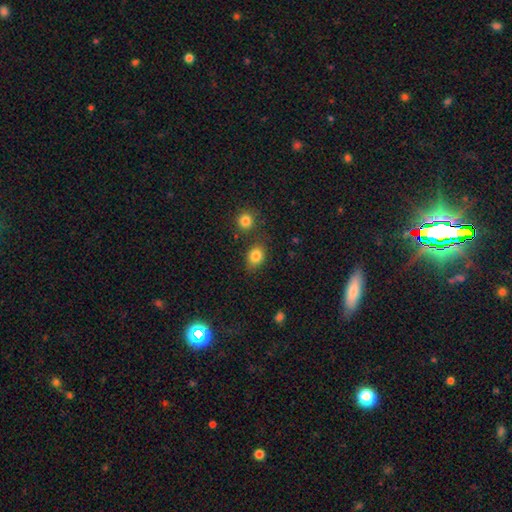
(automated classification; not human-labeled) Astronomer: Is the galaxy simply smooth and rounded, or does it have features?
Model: smooth — 84%.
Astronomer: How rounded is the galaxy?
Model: round — 49%, tied with in between at 49%.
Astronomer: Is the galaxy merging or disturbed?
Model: none — 73%.